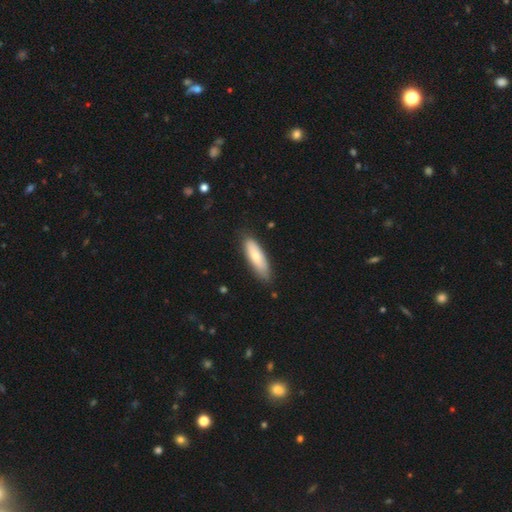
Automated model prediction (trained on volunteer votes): Smooth or featured? smooth (74%)
How rounded? cigar-shaped (49%, tied with in between)
Merging? none (80%)